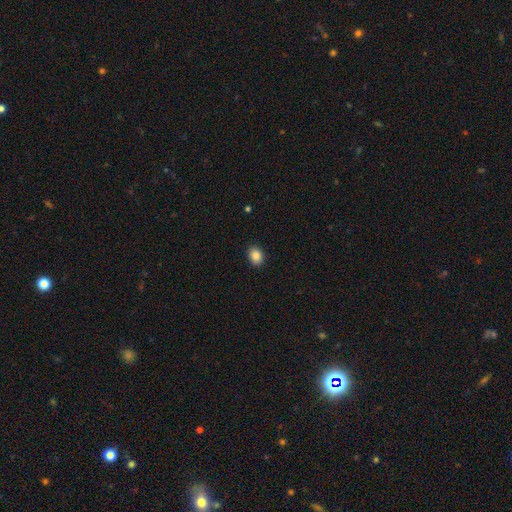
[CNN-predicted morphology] A smooth galaxy with no disk features (86%) that is in between round and cigar-shaped (59%). Merging: none (90%).